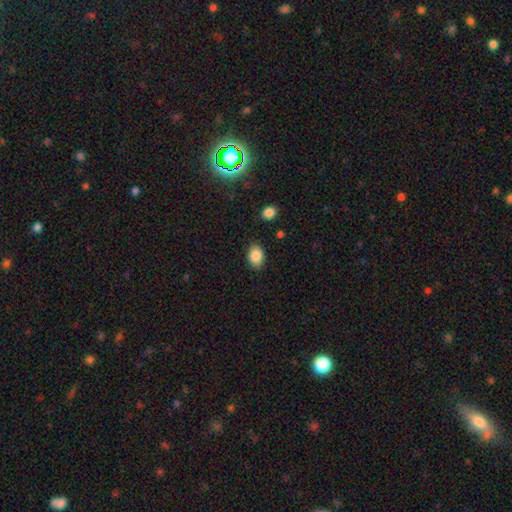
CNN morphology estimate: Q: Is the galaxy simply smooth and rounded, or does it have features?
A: smooth — 87%.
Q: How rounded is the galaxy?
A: in between — 79%.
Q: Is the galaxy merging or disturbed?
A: none — 84%.